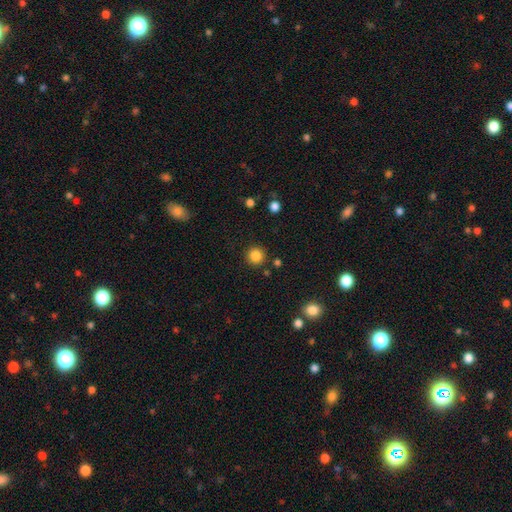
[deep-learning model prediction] A smooth galaxy with no disk features (85%) that is round (95%).

Vote fractions:
- Smooth or featured? smooth: 85% / star or artifact: 11% / featured or disk: 4%
- How rounded? round: 95% / in between: 4% / cigar-shaped: 1%
- Merging? none: 90% / minor disturbance: 6% / merger: 3% / major disturbance: 2%